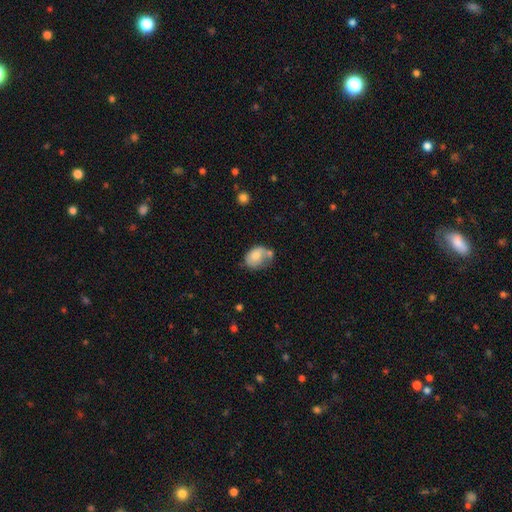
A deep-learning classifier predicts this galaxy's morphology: smooth-or-featured: smooth: 74% | featured or disk: 18% | star or artifact: 8%
  how-rounded: in between: 65% | round: 34% | cigar-shaped: 1%
  merging: none: 35% | merger: 29% | minor disturbance: 25% | major disturbance: 11%